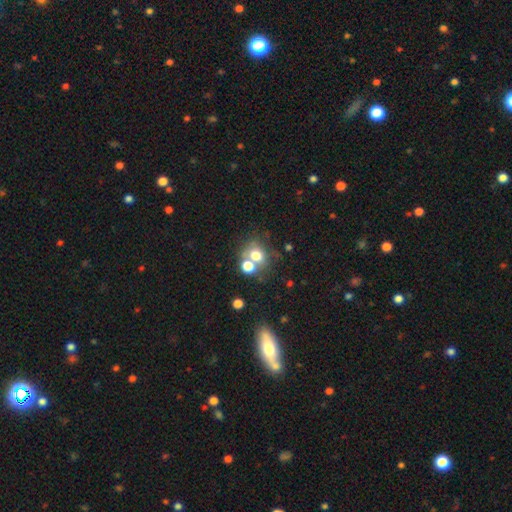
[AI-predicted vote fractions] This appears to be a smooth galaxy with no disk features (68%) that is round (67%). Merging: none (45%).